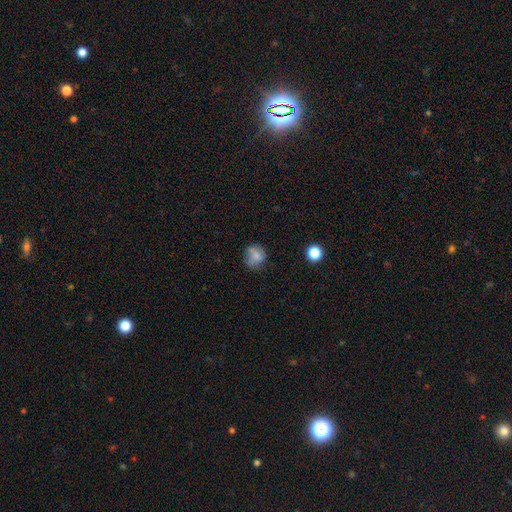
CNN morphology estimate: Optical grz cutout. It shows a smooth galaxy with no disk features (72%) that is round (77%). Merging: none (58%).